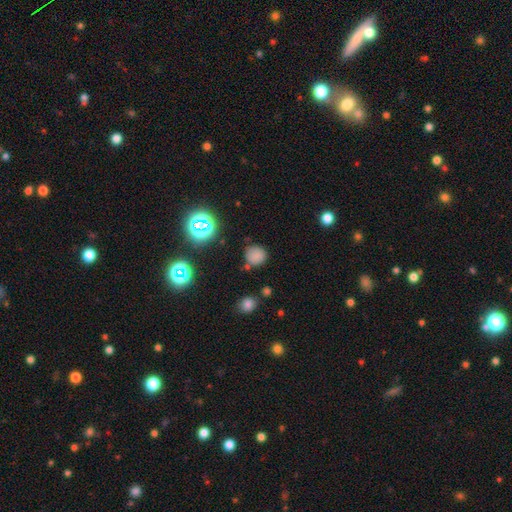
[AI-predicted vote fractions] Smooth or featured? Predicted: smooth (p=0.74). How rounded? Predicted: round (p=0.85). Merging? Predicted: none (p=0.76).